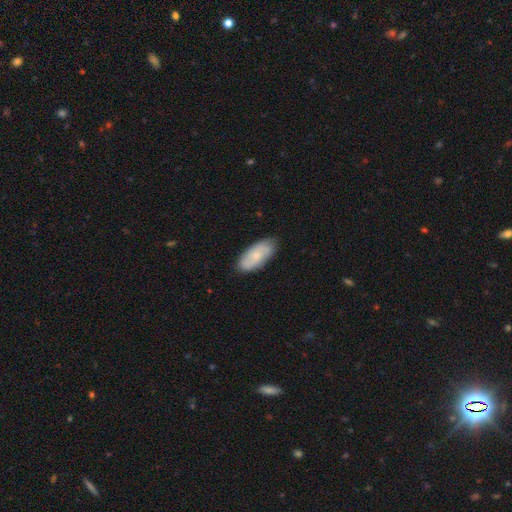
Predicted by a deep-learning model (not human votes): smooth_or_featured: smooth (p=0.62) [alt: featured or disk p=0.31]
how_rounded: in between (p=0.86) [alt: cigar-shaped p=0.12]
merging: none (p=0.79) [alt: minor disturbance p=0.17]